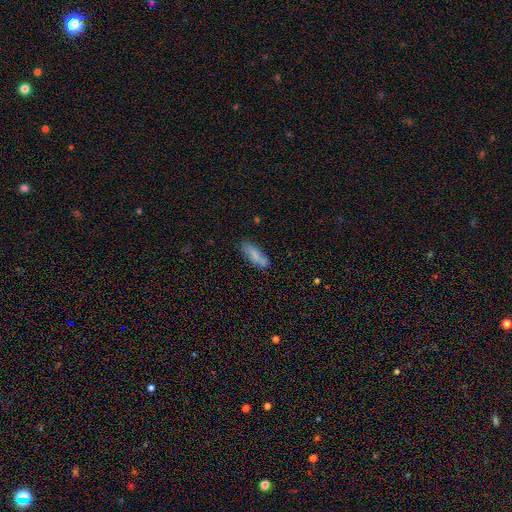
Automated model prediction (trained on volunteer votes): Q: Smooth or featured?
A: smooth (80%); runner-up: featured or disk (13%)
Q: How rounded?
A: in between (53%); runner-up: cigar-shaped (45%)
Q: Merging?
A: none (76%); runner-up: minor disturbance (17%)